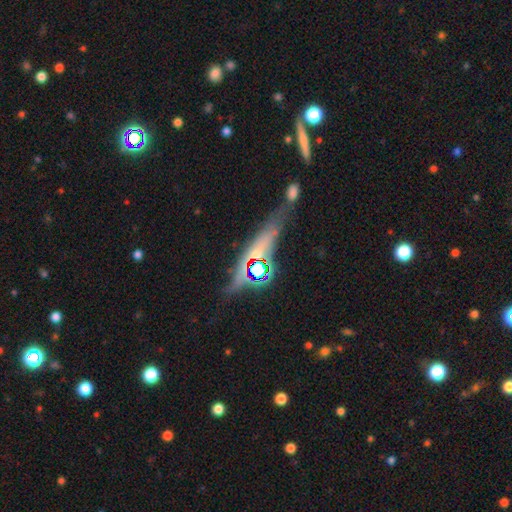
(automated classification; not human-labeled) Morphology: type=star or artifact (46%).